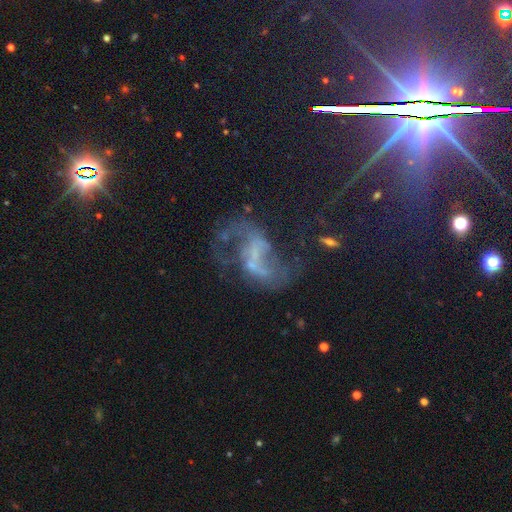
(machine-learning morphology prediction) This appears to be a featured or disk galaxy (72%) with a weak bar (37%), 2 (84%) loose (63%) spiral arms (80%) and no central bulge (61%). Merging: none (46%).